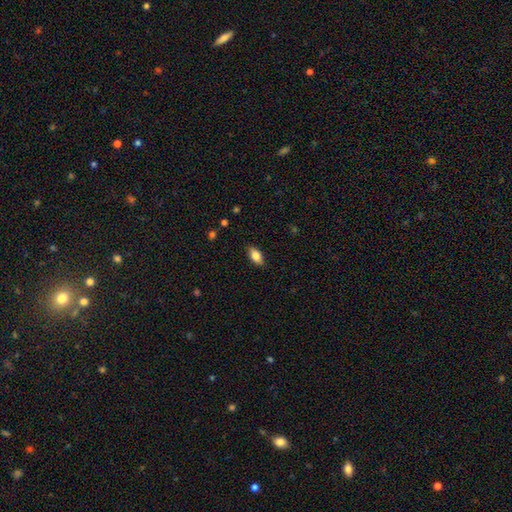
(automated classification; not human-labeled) smooth-or-featured: smooth: 82% | featured or disk: 11% | star or artifact: 7%
  how-rounded: in between: 89% | cigar-shaped: 7% | round: 4%
  merging: none: 86% | minor disturbance: 10% | major disturbance: 2% | merger: 1%